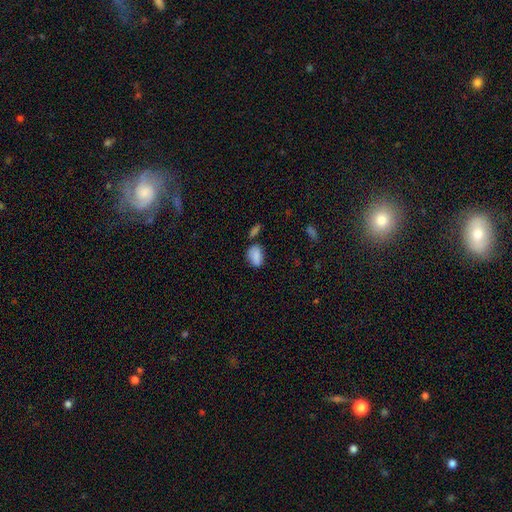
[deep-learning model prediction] Morphology: type=smooth (85%); roundness=in between (86%); merging=none (62%).